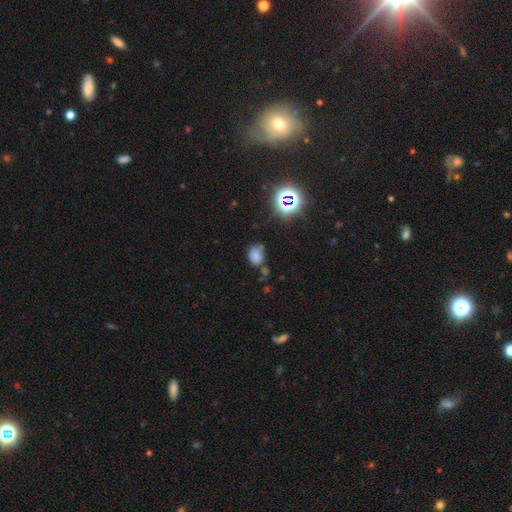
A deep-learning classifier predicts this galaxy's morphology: The model was most divided on "merging": none: 55%, minor disturbance: 27%, merger: 10%, major disturbance: 8%. More confident: smooth or featured — smooth (68%); how rounded — in between (66%).